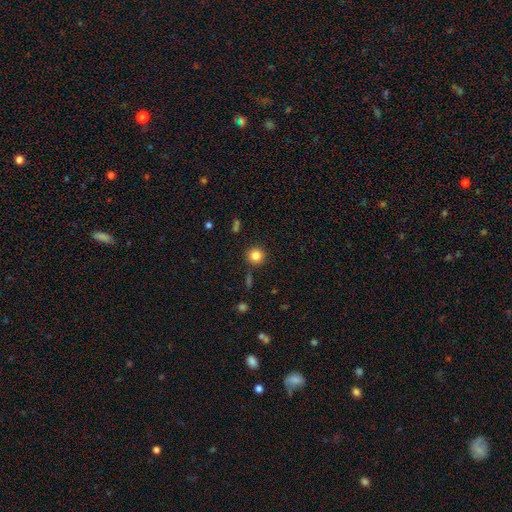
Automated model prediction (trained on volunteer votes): Smooth or featured? Predicted: smooth (p=0.83). How rounded? Predicted: round (p=0.92). Merging? Predicted: none (p=0.87).